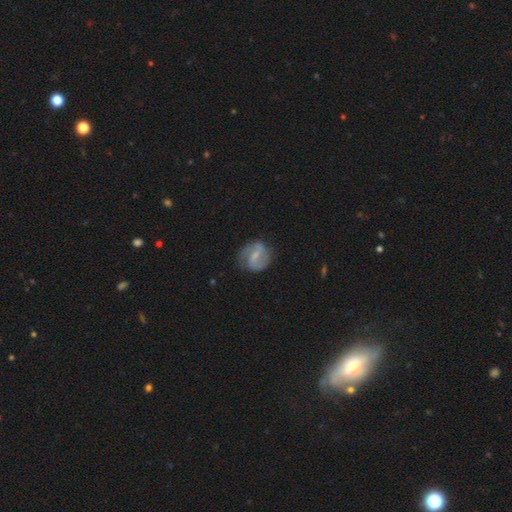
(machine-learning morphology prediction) Q: Smooth or featured?
A: featured or disk (67%); runner-up: smooth (26%)
Q: Edge-on disk?
A: no (97%); runner-up: yes (3%)
Q: Bar?
A: weak (49%); runner-up: strong (34%)
Q: Spiral arms?
A: yes (86%); runner-up: no (14%)
Q: Spiral winding?
A: medium (46%); runner-up: loose (33%)
Q: Spiral arm count?
A: 2 (82%); runner-up: can't tell (9%)
Q: Bulge size?
A: small (43%); runner-up: none (30%)
Q: Merging?
A: none (70%); runner-up: minor disturbance (20%)